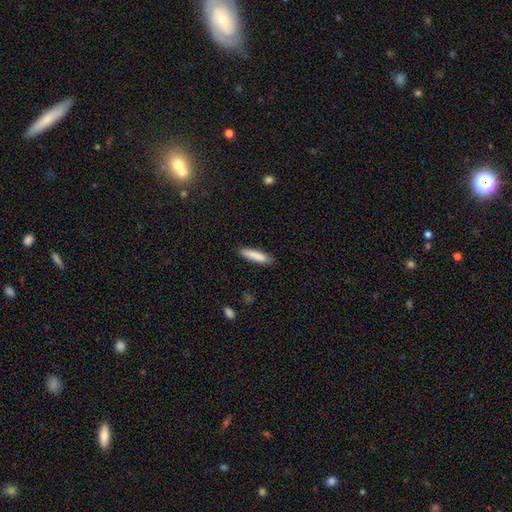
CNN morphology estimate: smooth 86%, featured or disk 8%, star or artifact 6%. Down the decision tree: how rounded — cigar-shaped (81%); merging — none (88%).